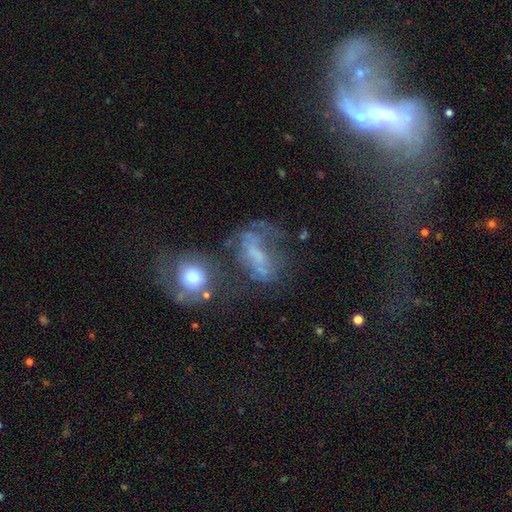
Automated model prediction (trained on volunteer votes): Overall: featured or disk (50%; smooth 28%). Merging: none (32%; major disturbance 28%).